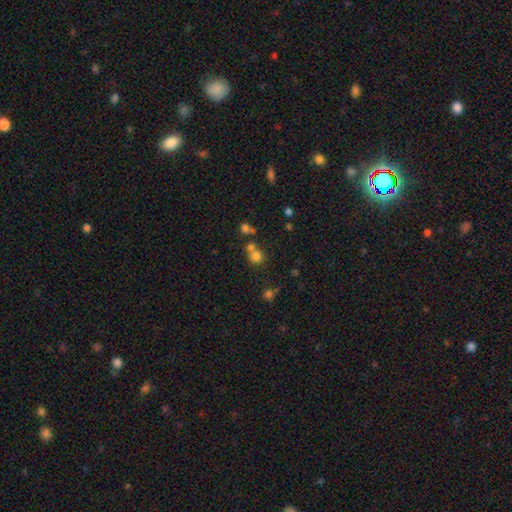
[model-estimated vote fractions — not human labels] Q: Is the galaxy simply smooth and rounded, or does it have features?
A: smooth — 71%.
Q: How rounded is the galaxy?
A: round — 86%.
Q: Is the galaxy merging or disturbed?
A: none — 52%.